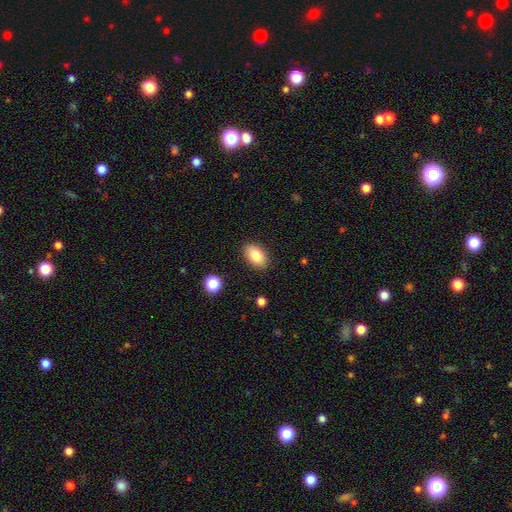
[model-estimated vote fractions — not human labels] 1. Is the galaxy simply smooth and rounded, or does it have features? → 82% smooth, 10% featured or disk, 8% star or artifact.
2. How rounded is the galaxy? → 90% in between, 9% round, 1% cigar-shaped.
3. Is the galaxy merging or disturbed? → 87% none, 9% minor disturbance, 2% major disturbance, 1% merger.